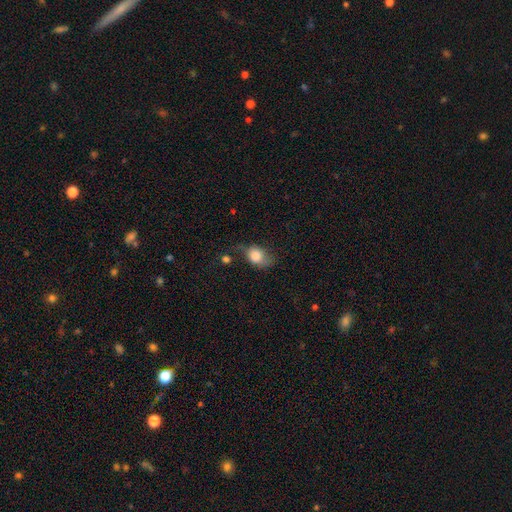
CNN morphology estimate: smooth-or-featured: smooth: 74% | featured or disk: 17% | star or artifact: 9%
  how-rounded: in between: 62% | round: 36% | cigar-shaped: 2%
  merging: none: 45% | minor disturbance: 30% | major disturbance: 18% | merger: 7%